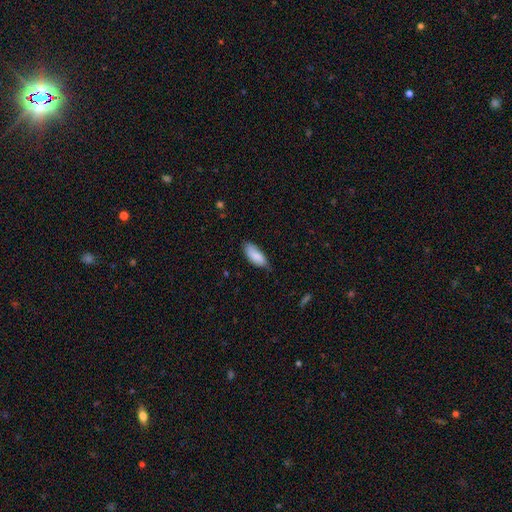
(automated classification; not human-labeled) Q: Smooth or featured?
A: smooth (82%); runner-up: featured or disk (12%)
Q: How rounded?
A: in between (85%); runner-up: cigar-shaped (13%)
Q: Merging?
A: none (63%); runner-up: minor disturbance (31%)